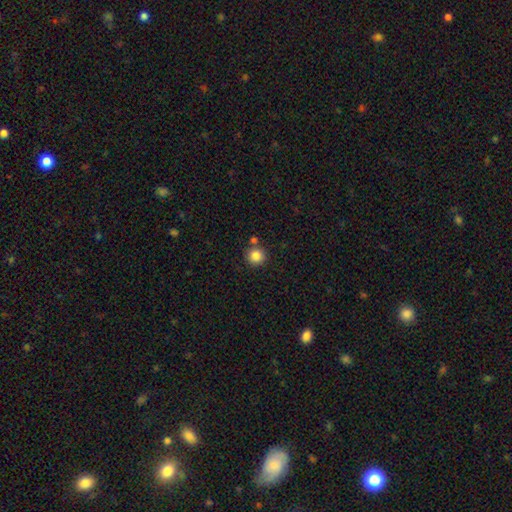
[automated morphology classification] A smooth galaxy with no disk features (85%) that is round (93%). Merging: none (80%).